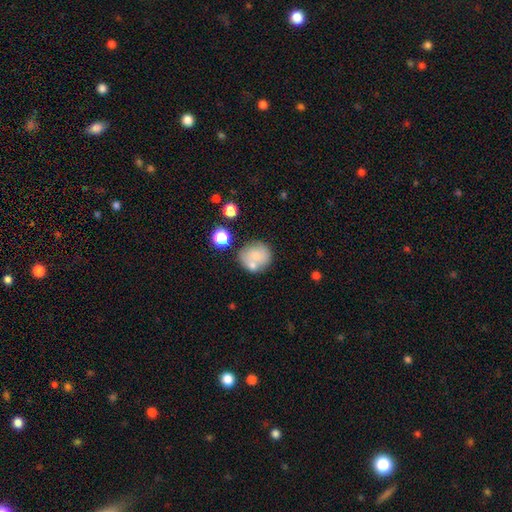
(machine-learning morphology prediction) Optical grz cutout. It shows a smooth galaxy with no disk features (68%) that is round (85%). Merging: none (55%).